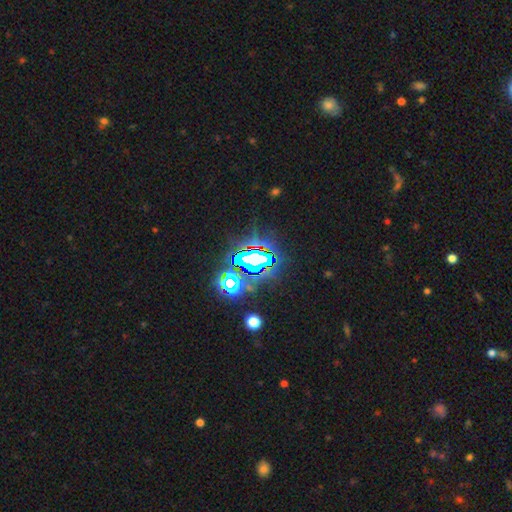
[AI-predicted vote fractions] The model was most divided on "smooth or featured": star or artifact: 74%, smooth: 13%, featured or disk: 13%.